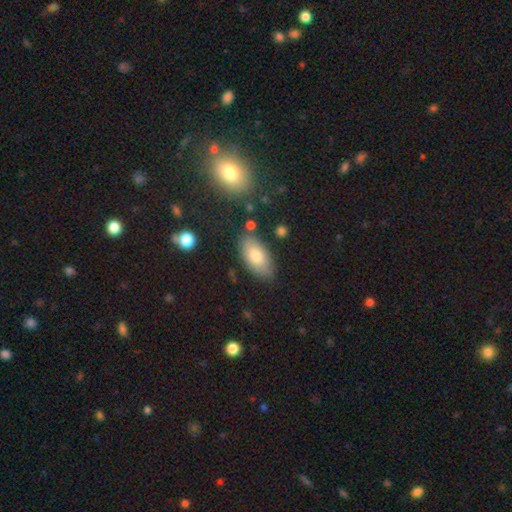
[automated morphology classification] A smooth galaxy with no disk features (78%) that is in between round and cigar-shaped (93%). Merging: none (81%).